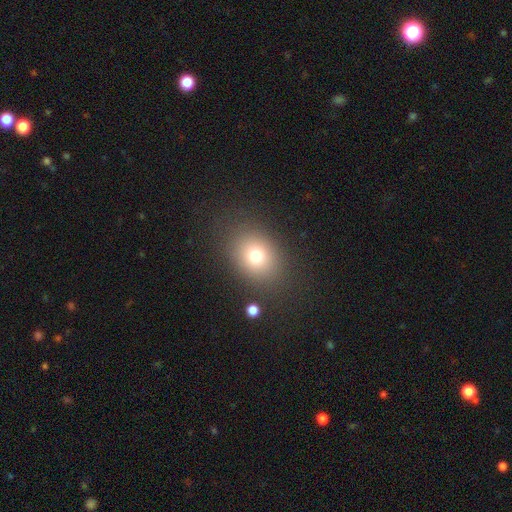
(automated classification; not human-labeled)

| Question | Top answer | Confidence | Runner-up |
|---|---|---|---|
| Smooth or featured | smooth | 73% | star or artifact (15%) |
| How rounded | round | 52% | in between (47%) |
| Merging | none | 82% | minor disturbance (10%) |